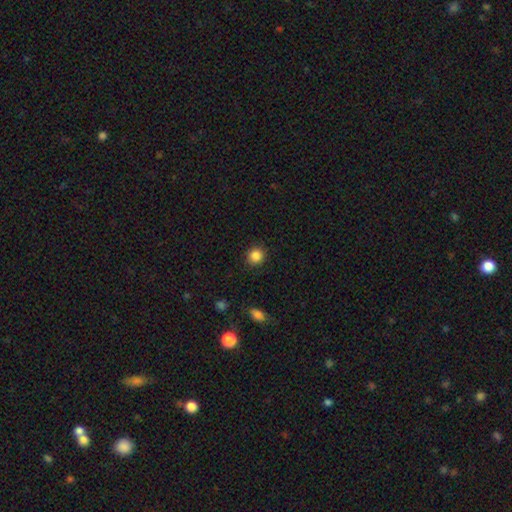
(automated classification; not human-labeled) A smooth galaxy with no disk features (86%) that is round (91%). Merging: none (90%).